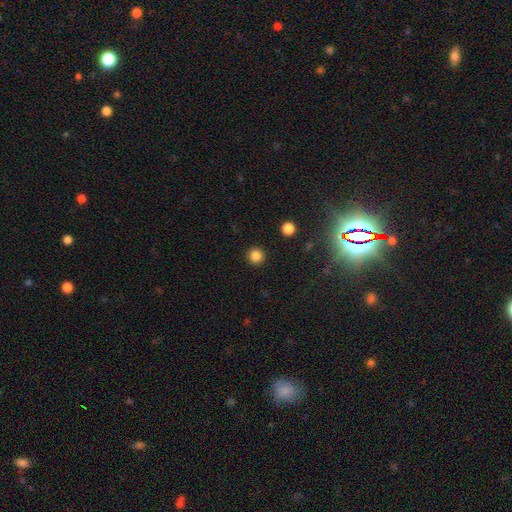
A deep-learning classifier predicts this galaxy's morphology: type=smooth (84%); roundness=round (95%); merging=none (92%).